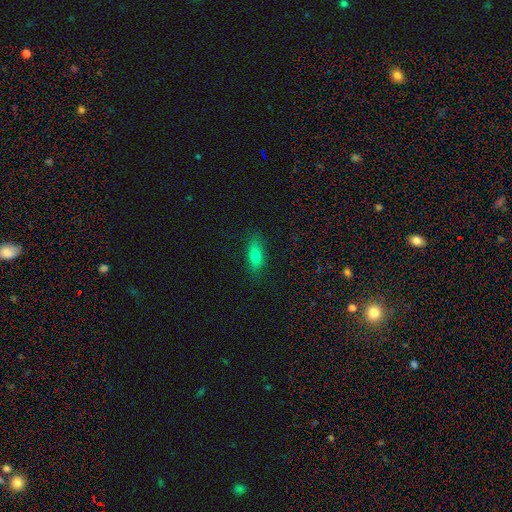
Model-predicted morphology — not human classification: type=smooth (72%); roundness=in between (66%); merging=none (84%).